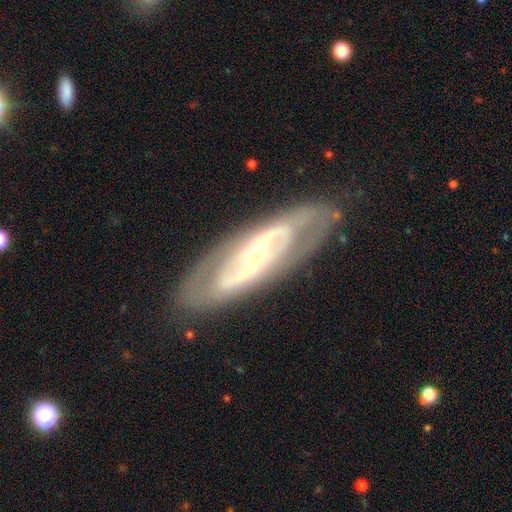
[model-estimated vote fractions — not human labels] Smooth or featured? Predicted: featured or disk (p=0.83). Edge-on disk? Predicted: no (p=0.85). Bar? Predicted: strong (p=0.46). Spiral arms? Predicted: yes (p=0.80). Spiral winding? Predicted: medium (p=0.42). Spiral arm count? Predicted: 2 (p=0.74). Bulge size? Predicted: small (p=0.62). Merging? Predicted: none (p=0.82).